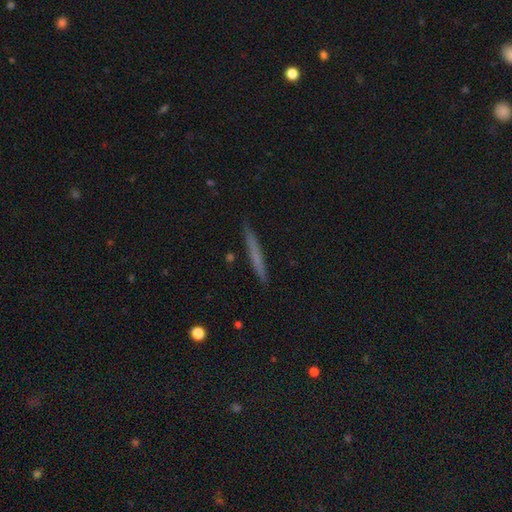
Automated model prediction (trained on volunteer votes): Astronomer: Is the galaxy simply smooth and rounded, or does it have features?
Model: smooth — 60%.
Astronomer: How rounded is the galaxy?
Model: cigar-shaped — 96%.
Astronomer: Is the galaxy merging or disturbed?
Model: none — 90%.